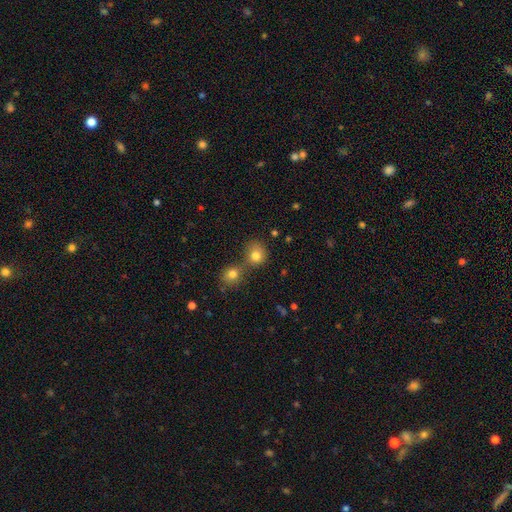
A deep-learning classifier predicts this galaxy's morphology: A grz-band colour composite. It shows a smooth galaxy with no disk features (80%) that is round (82%). Merging: none (45%).